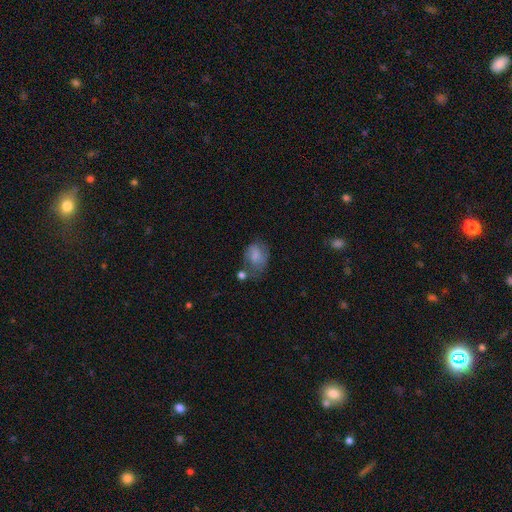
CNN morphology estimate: Smooth or featured? Predicted: smooth (p=0.65). How rounded? Predicted: in between (p=0.65). Merging? Predicted: none (p=0.43).